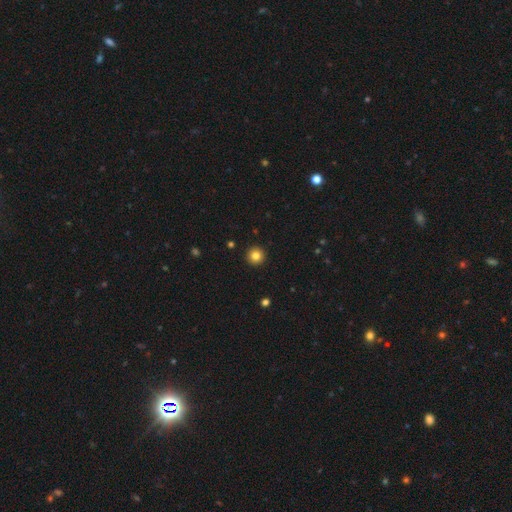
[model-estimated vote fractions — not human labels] Smooth or featured? smooth (83%)
How rounded? round (96%)
Merging? none (93%)